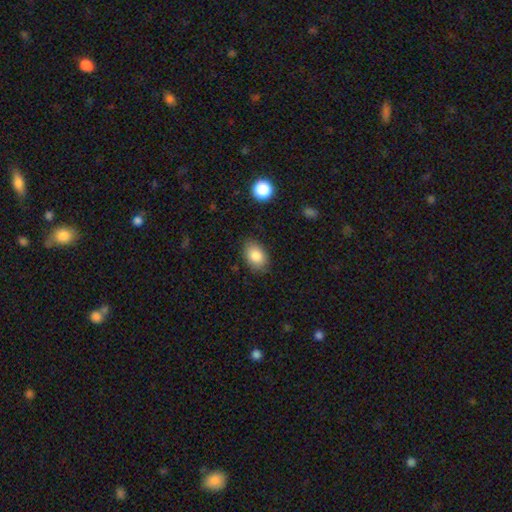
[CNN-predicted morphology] smooth 86%, star or artifact 8%, featured or disk 6%. Down the decision tree: how rounded — in between (84%); merging — none (82%).